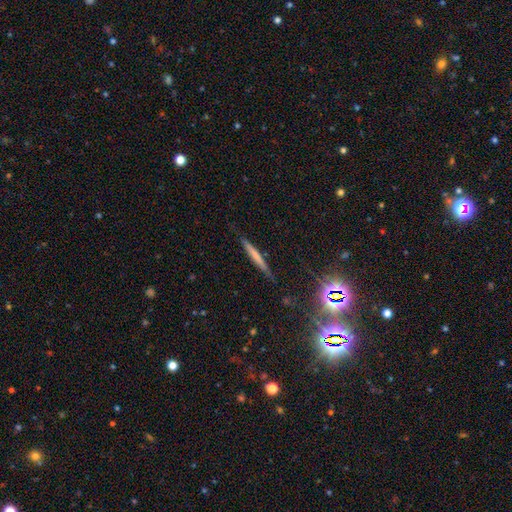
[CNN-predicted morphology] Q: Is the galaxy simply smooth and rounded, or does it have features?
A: smooth — 54%.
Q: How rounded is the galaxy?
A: cigar-shaped — 95%.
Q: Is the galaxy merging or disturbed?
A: none — 84%.